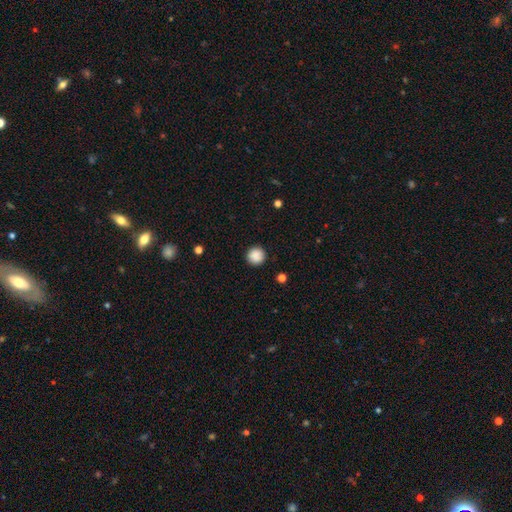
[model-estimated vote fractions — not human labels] A smooth galaxy with no disk features (89%) that is round (96%).

Vote fractions:
- Smooth or featured? smooth: 89% / star or artifact: 9% / featured or disk: 2%
- How rounded? round: 96% / in between: 3% / cigar-shaped: 1%
- Merging? none: 93% / minor disturbance: 5% / major disturbance: 2% / merger: 1%